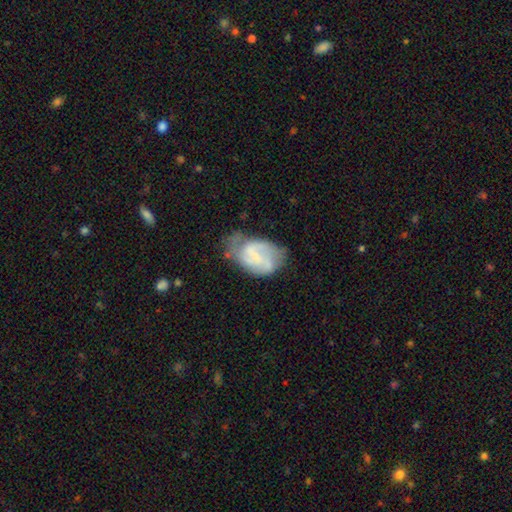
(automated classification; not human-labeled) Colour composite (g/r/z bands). It shows a featured or disk galaxy (71%) with a weak bar (53%), 2 (64%) medium (47%) spiral arms (84%) and a small central bulge (61%). Merging: none (46%).